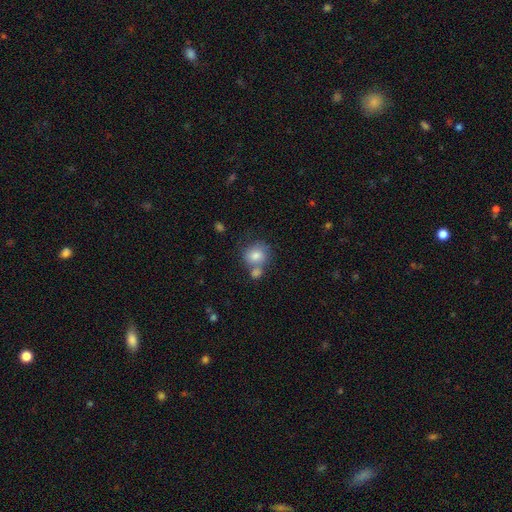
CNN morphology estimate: Smooth or featured: smooth — 79% (featured or disk — 12%)
How rounded: round — 70% (in between — 29%)
Merging: none — 46% (merger — 35%)